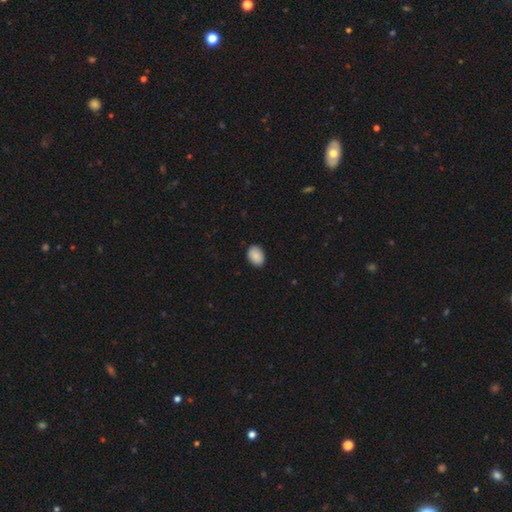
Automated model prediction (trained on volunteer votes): Q: Smooth or featured?
A: smooth (90%); runner-up: star or artifact (7%)
Q: How rounded?
A: in between (79%); runner-up: round (20%)
Q: Merging?
A: none (88%); runner-up: minor disturbance (9%)